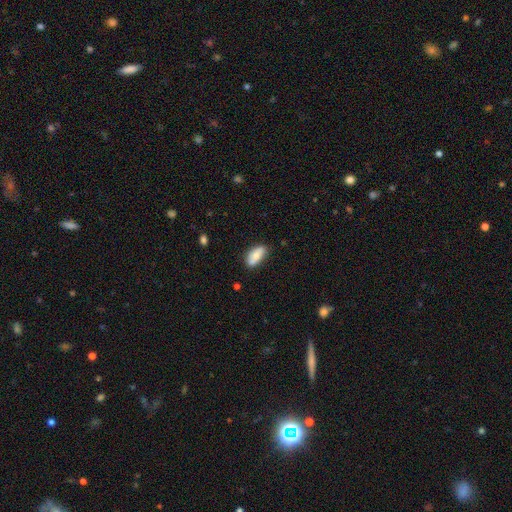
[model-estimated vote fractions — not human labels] The model was most divided on "smooth or featured": smooth: 67%, featured or disk: 26%, star or artifact: 7%. More confident: how rounded — in between (88%); merging — none (74%).